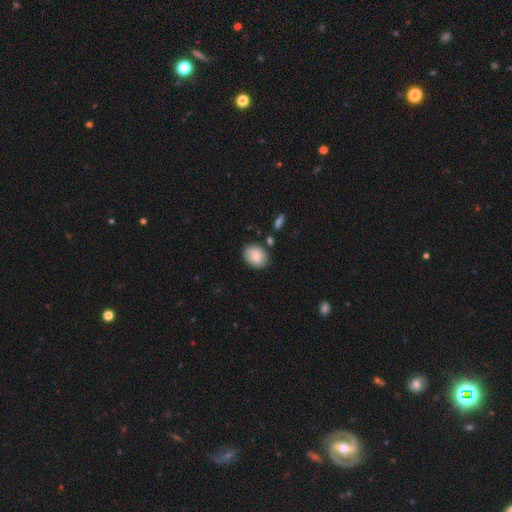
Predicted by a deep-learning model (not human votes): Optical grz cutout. It shows a smooth galaxy with no disk features (83%) that is in between round and cigar-shaped (65%). Merging: none (83%).